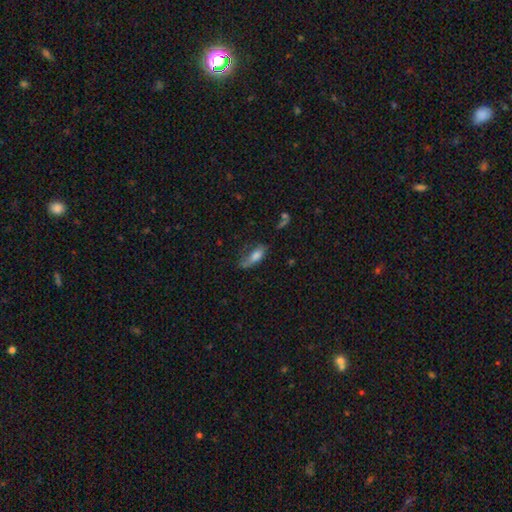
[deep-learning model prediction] Smooth or featured? smooth (72%)
How rounded? in between (71%)
Merging? none (41%)